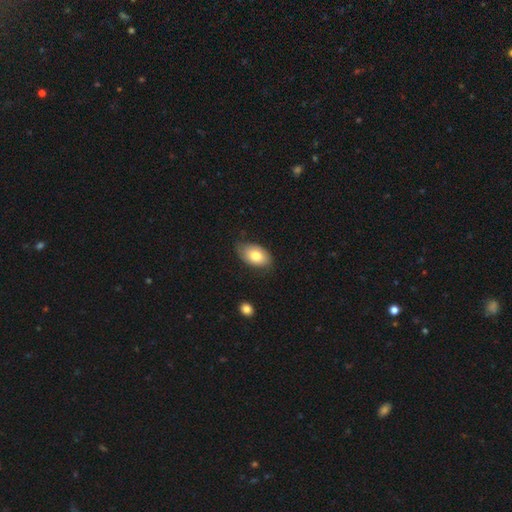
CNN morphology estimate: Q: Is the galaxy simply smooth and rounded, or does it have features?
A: smooth — 77%.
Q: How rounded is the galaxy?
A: in between — 91%.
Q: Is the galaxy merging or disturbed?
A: none — 69%.